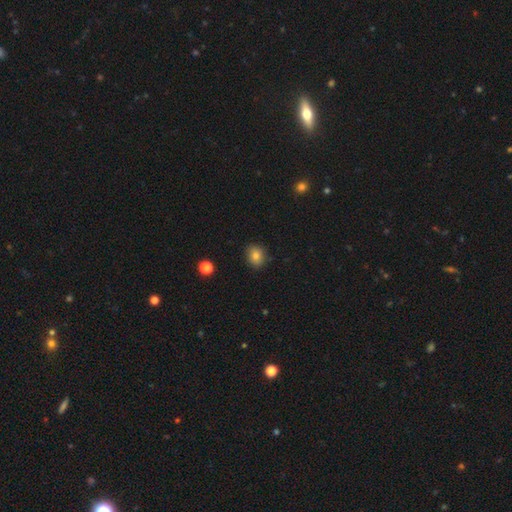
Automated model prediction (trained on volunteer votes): A smooth galaxy with no disk features (81%) that is round (61%).

Vote fractions:
- Smooth or featured? smooth: 81% / star or artifact: 11% / featured or disk: 8%
- How rounded? round: 61% / in between: 38% / cigar-shaped: 1%
- Merging? none: 85% / minor disturbance: 11% / major disturbance: 2% / merger: 1%